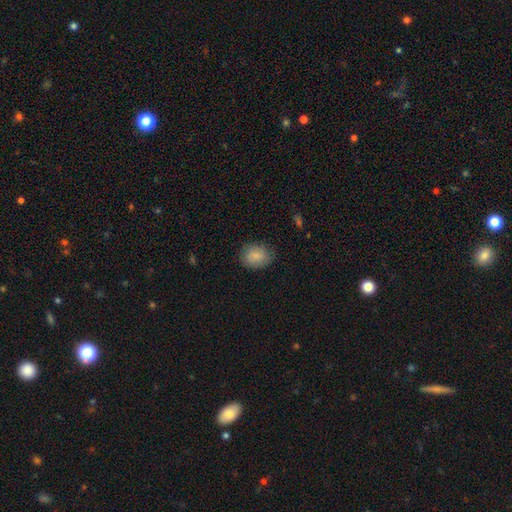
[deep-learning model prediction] smooth 84%, featured or disk 9%, star or artifact 7%. Down the decision tree: how rounded — in between (55%); merging — none (80%).